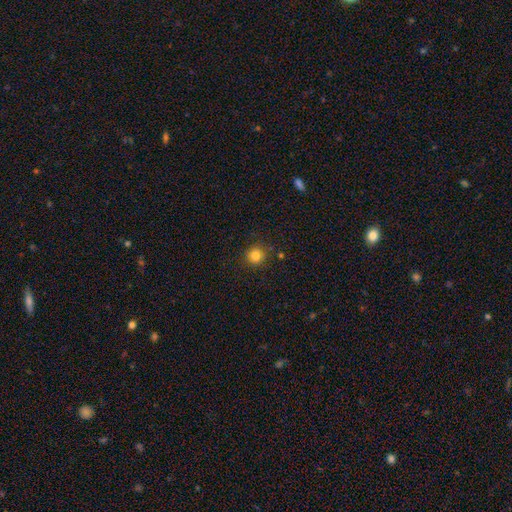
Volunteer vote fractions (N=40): A smooth galaxy with no disk features (85%) that is round (100%).

Vote fractions:
- Smooth or featured? smooth: 85% / star or artifact: 10% / featured or disk: 5%
- How rounded? round: 100% / in between: 0% / cigar-shaped: 0%
- Merging? none: 92% / minor disturbance: 3% / major disturbance: 3% / merger: 3%